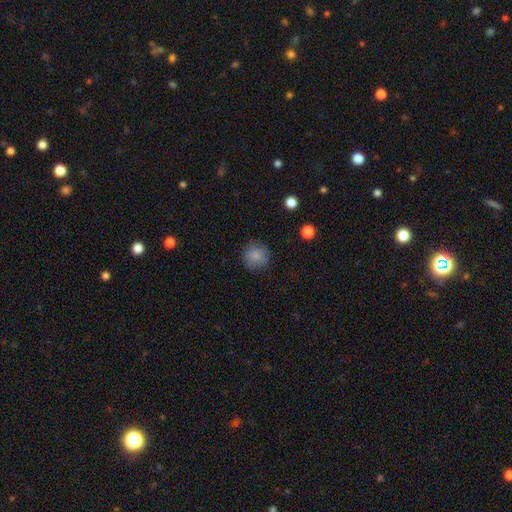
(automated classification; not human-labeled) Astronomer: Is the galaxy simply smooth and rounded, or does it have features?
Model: smooth — 85%.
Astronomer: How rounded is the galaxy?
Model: round — 93%.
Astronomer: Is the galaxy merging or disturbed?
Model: none — 85%.